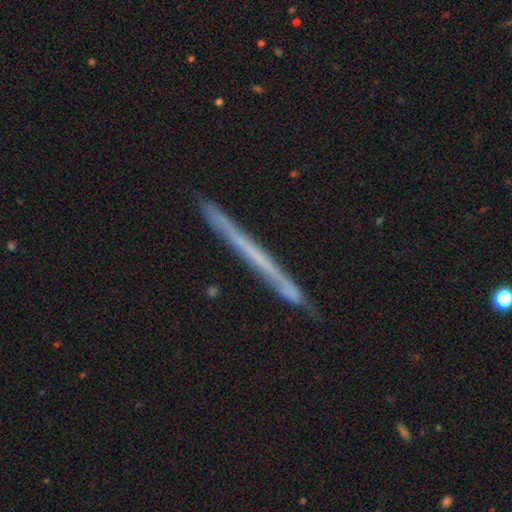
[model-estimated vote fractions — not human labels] featured or disk 53%, smooth 40%, star or artifact 7%. Down the decision tree: edge-on disk — yes (97%); edge-on bulge — none (94%); merging — none (88%).